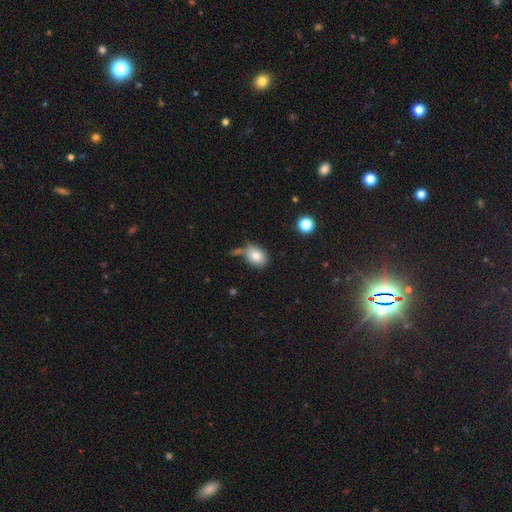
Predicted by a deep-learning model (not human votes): The model was most divided on "merging": none: 57%, minor disturbance: 21%, merger: 15%, major disturbance: 7%. More confident: smooth or featured — smooth (82%); how rounded — in between (70%).